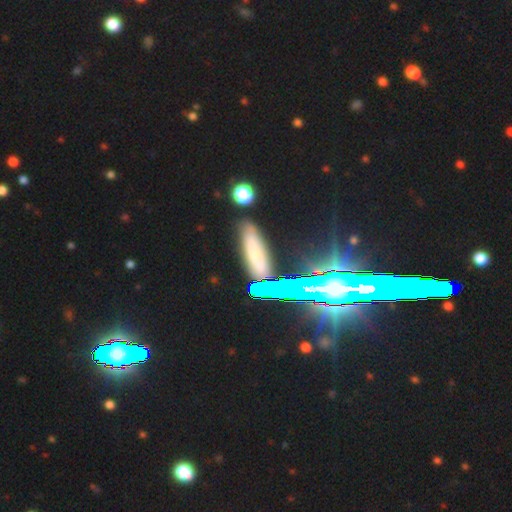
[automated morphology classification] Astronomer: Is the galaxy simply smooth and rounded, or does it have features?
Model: smooth — 50% (runner-up: featured or disk, 26%).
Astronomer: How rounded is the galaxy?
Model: cigar-shaped — 63%.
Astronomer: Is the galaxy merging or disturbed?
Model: none — 74%.